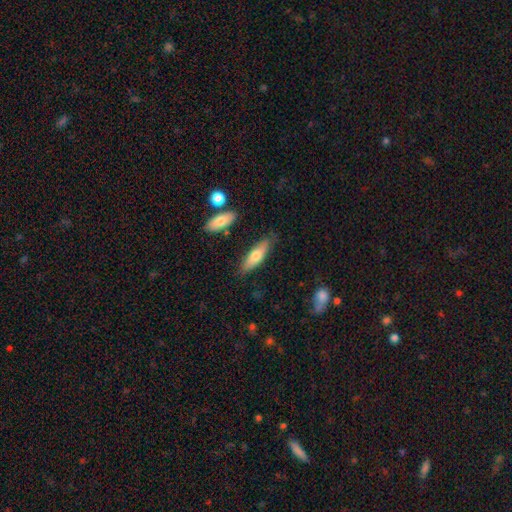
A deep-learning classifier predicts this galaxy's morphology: Q: Smooth or featured?
A: smooth (69%); runner-up: featured or disk (25%)
Q: How rounded?
A: cigar-shaped (51%); runner-up: in between (47%)
Q: Merging?
A: none (79%); runner-up: minor disturbance (14%)